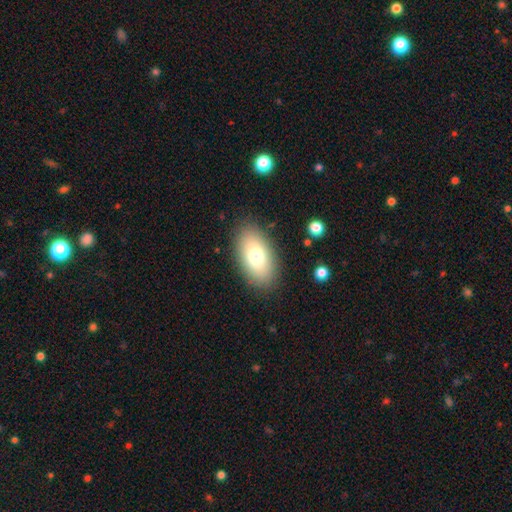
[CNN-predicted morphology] Smooth or featured: smooth — 74% (featured or disk — 18%)
How rounded: in between — 93% (round — 5%)
Merging: none — 86% (minor disturbance — 10%)